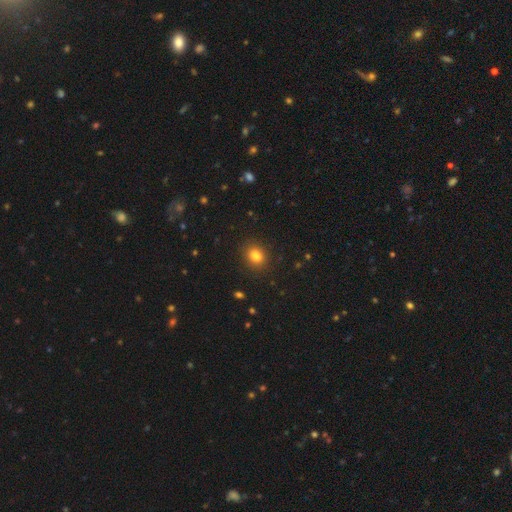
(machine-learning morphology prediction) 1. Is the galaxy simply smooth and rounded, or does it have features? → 84% smooth, 11% star or artifact, 5% featured or disk.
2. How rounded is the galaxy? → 55% in between, 44% round, 1% cigar-shaped.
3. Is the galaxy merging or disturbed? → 87% none, 9% minor disturbance, 3% major disturbance, 1% merger.